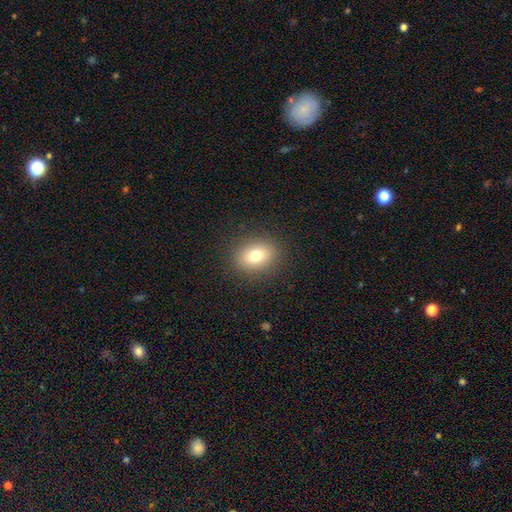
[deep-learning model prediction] Morphology: type=smooth (77%); roundness=in between (50%); merging=none (88%).